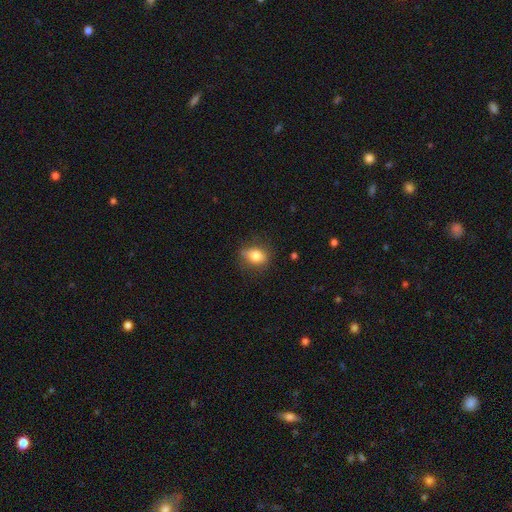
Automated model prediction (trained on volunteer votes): Overall: smooth (78%). How rounded: in between (65%; round 33%). Merging: none (74%).